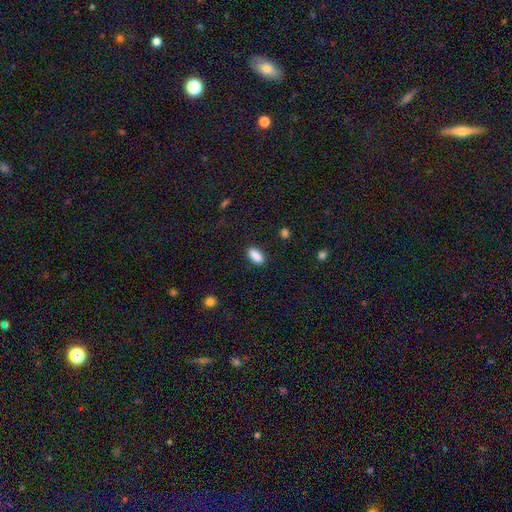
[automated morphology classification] Q: Smooth or featured?
A: smooth (88%); runner-up: star or artifact (8%)
Q: How rounded?
A: in between (86%); runner-up: cigar-shaped (10%)
Q: Merging?
A: none (87%); runner-up: minor disturbance (9%)